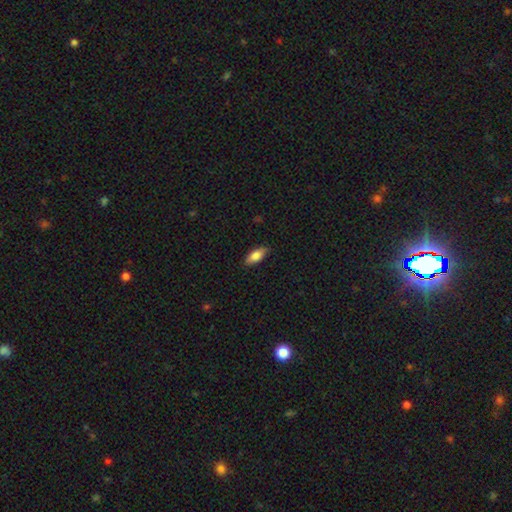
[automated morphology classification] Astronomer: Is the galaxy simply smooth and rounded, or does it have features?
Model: smooth — 79%.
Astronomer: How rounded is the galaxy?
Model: in between — 82%.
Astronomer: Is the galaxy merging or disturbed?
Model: none — 86%.